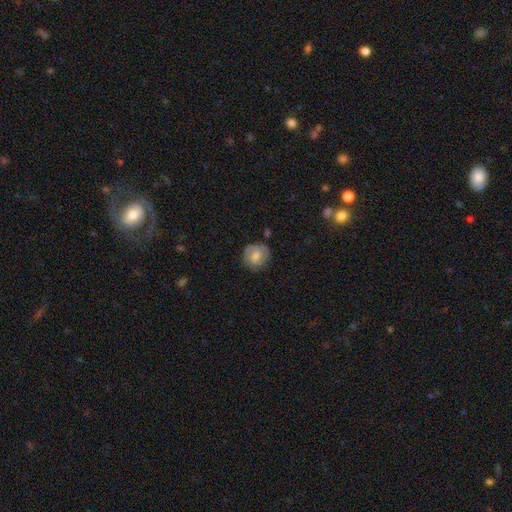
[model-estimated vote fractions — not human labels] Smooth or featured? featured or disk (52%)
Edge-on disk? no (97%)
Bar? weak (49%)
Spiral arms? yes (82%)
Bulge size? moderate (52%)
Merging? none (74%)